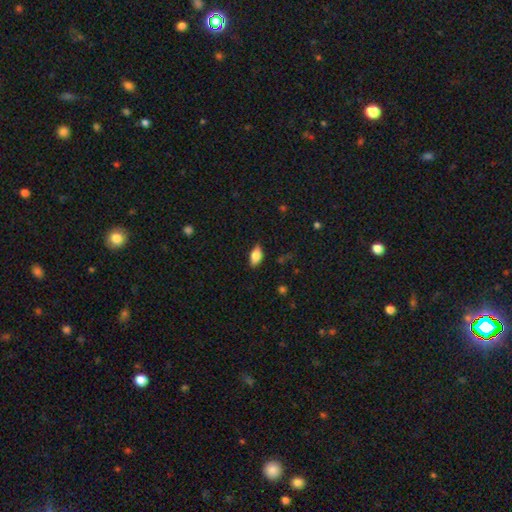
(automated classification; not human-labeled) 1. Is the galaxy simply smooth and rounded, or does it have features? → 79% smooth, 14% featured or disk, 7% star or artifact.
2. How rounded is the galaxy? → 90% in between, 6% cigar-shaped, 4% round.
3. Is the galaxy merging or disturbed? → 83% none, 13% minor disturbance, 3% major disturbance, 1% merger.